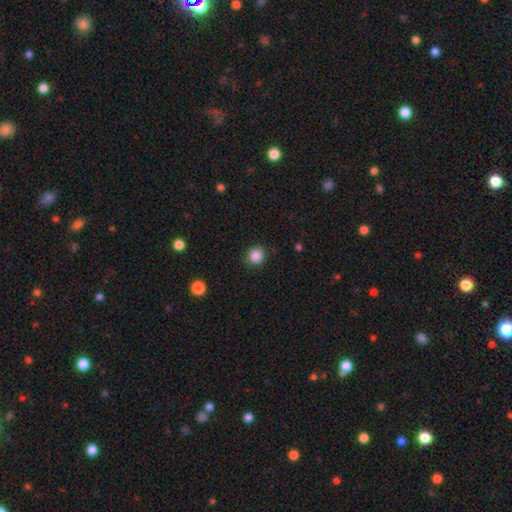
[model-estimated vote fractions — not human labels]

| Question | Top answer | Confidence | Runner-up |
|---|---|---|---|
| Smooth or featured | smooth | 86% | star or artifact (11%) |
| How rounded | round | 87% | in between (12%) |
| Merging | none | 88% | minor disturbance (9%) |